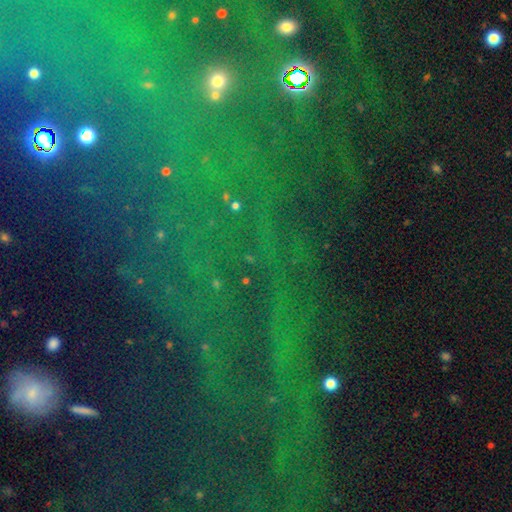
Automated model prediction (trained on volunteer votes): This appears to be a star or artifact, not a galaxy (76%).